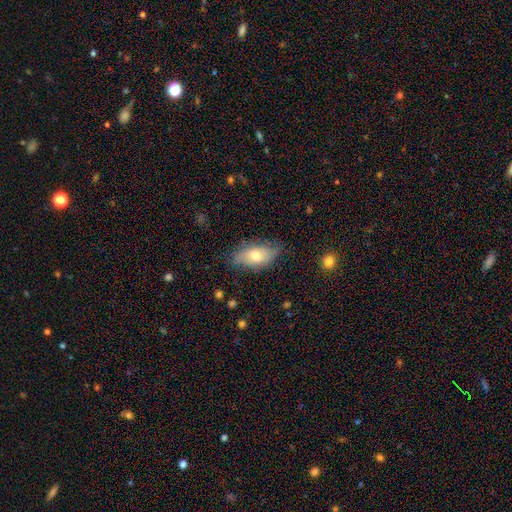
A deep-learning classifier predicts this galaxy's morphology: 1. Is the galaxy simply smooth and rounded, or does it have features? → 62% smooth, 31% featured or disk, 7% star or artifact.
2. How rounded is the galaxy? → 90% in between, 6% cigar-shaped, 5% round.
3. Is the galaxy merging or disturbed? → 69% none, 25% minor disturbance, 5% major disturbance, 1% merger.